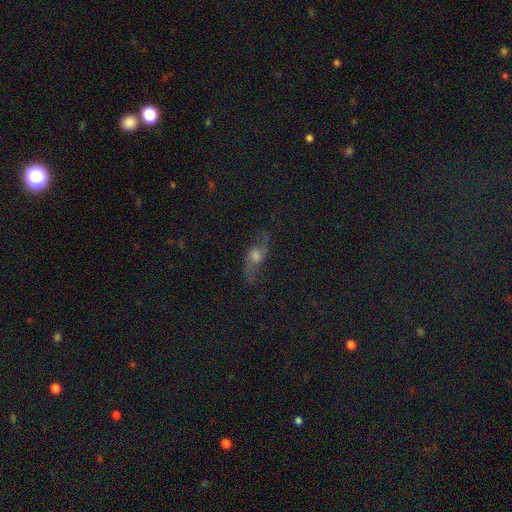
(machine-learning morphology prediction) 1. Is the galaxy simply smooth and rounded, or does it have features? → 67% featured or disk, 17% smooth, 17% star or artifact.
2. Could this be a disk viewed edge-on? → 77% no, 23% yes.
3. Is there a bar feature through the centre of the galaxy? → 65% no, 27% weak, 8% strong.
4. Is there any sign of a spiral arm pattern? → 90% yes, 10% no.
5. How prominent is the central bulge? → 53% moderate, 21% large, 18% small, 4% none, 3% dominant.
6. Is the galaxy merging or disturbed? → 76% none, 14% minor disturbance, 8% major disturbance, 2% merger.